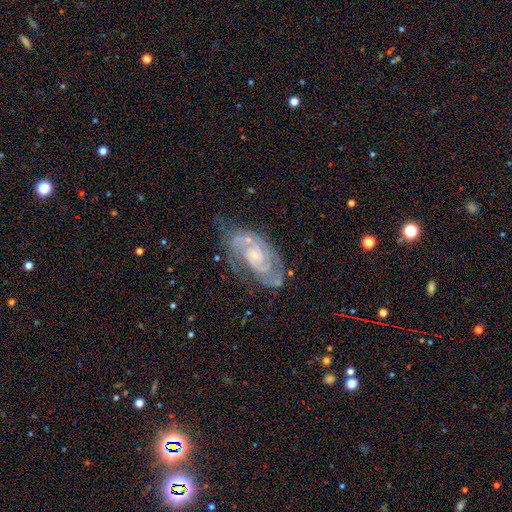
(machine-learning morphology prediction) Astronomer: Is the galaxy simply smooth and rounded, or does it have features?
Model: featured or disk — 75%.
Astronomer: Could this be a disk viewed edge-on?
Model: no — 93%.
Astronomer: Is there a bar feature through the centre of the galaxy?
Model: no — 61%.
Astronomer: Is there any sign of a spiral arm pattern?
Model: yes — 90%.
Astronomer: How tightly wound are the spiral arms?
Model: tight — 51% (runner-up: medium, 38%).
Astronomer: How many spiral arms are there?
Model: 2 — 46% (runner-up: can't tell, 31%).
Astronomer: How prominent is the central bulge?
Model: small — 45% (runner-up: moderate, 41%).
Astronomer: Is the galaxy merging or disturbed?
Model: none — 71%.